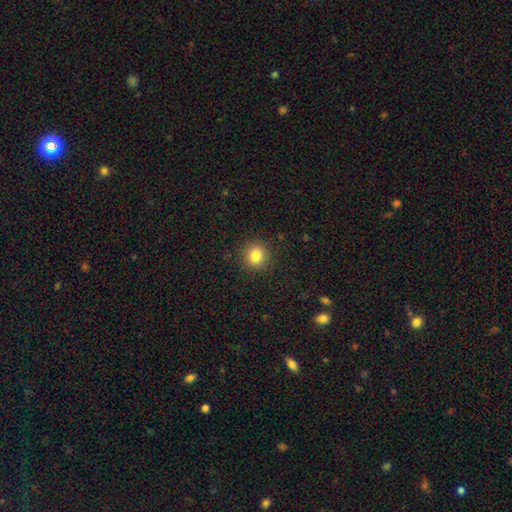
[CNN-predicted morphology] This is clearly a smooth galaxy (83%). How rounded: clearly round (87%). Merging: clearly none (90%).